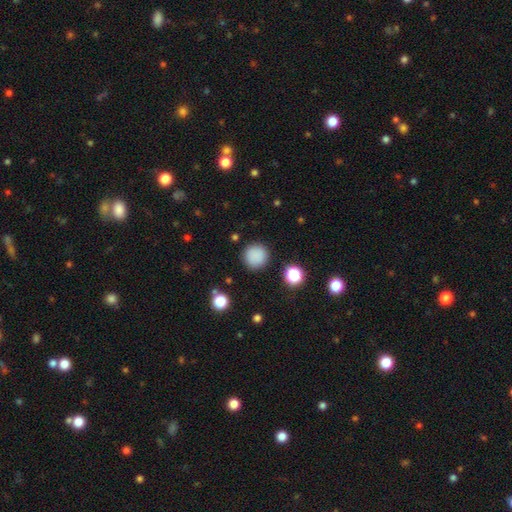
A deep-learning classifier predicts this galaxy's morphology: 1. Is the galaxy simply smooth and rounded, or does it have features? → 84% smooth, 12% star or artifact, 4% featured or disk.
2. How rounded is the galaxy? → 94% round, 5% in between, 1% cigar-shaped.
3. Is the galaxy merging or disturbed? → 88% none, 8% minor disturbance, 3% major disturbance, 2% merger.